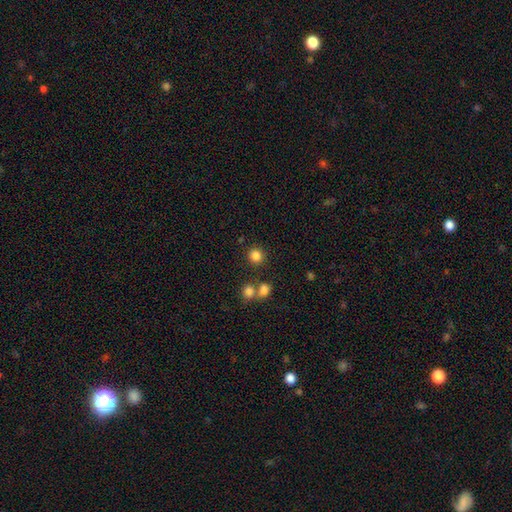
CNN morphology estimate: This appears to be a smooth galaxy with no disk features (83%) that is round (90%). Merging: none (80%).